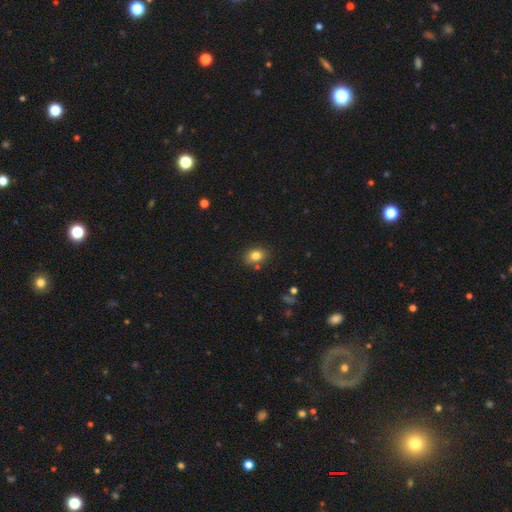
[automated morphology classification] The model was most divided on "how rounded": in between: 62%, round: 37%, cigar-shaped: 1%. More confident: smooth or featured — smooth (82%); merging — none (78%).